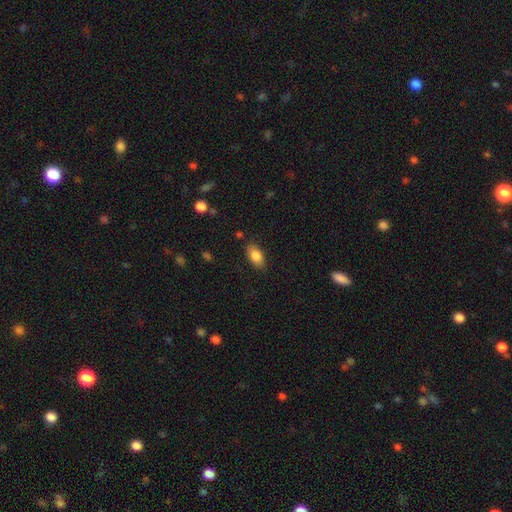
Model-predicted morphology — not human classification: A smooth galaxy with no disk features (84%) that is in between round and cigar-shaped (91%).

Vote fractions:
- Smooth or featured? smooth: 84% / featured or disk: 9% / star or artifact: 7%
- How rounded? in between: 91% / round: 5% / cigar-shaped: 4%
- Merging? none: 83% / minor disturbance: 12% / major disturbance: 3% / merger: 1%